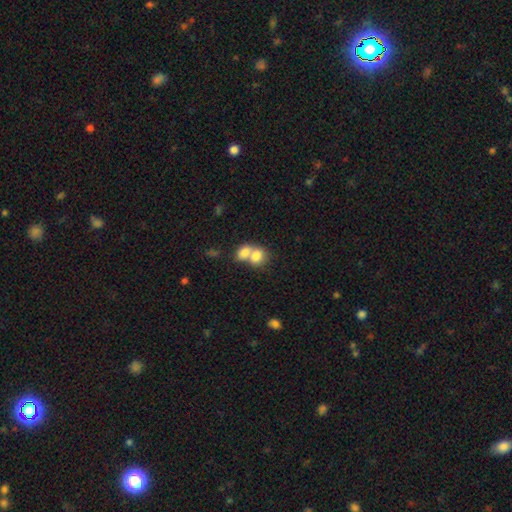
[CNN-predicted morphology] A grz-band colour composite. It shows a smooth galaxy with no disk features (77%) that is in between round and cigar-shaped (56%). Merging: merger (69%).